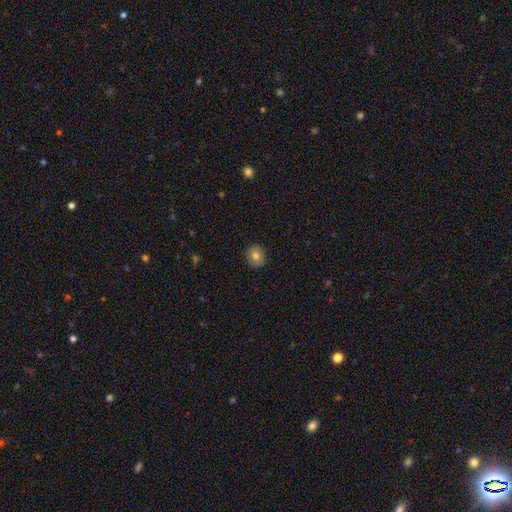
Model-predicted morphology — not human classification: smooth 77%, featured or disk 14%, star or artifact 9%. Down the decision tree: how rounded — round (83%); merging — none (89%).